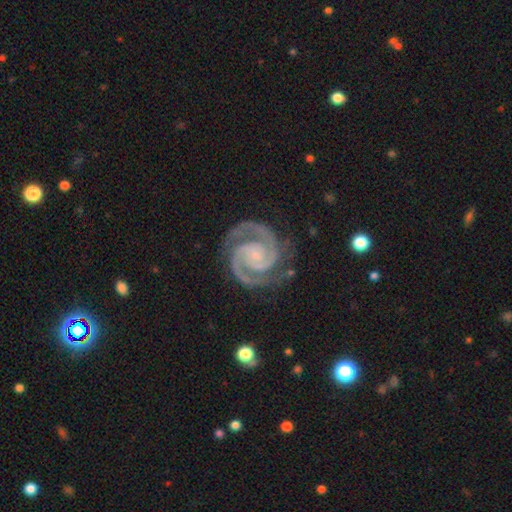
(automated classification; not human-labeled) featured or disk 94%, star or artifact 3%, smooth 2%. Down the decision tree: edge-on disk — no (99%); bar — no (58%); spiral arms — yes (99%); spiral arm count — 2 (92%); spiral winding — tight (62%); bulge size — small (67%); merging — none (81%).